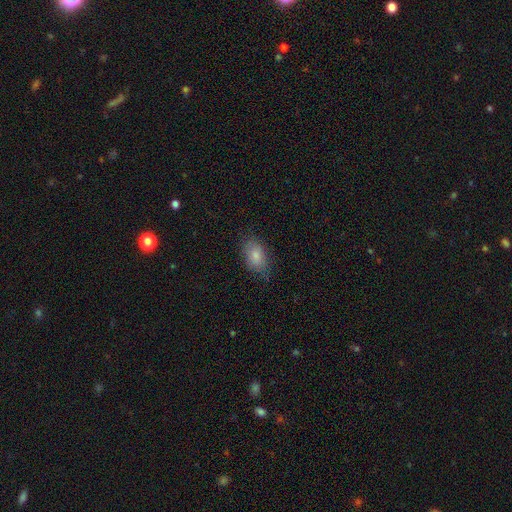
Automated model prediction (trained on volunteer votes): smooth_or_featured: smooth (p=0.83) [alt: featured or disk p=0.10]
how_rounded: in between (p=0.89) [alt: round p=0.09]
merging: none (p=0.74) [alt: minor disturbance p=0.20]